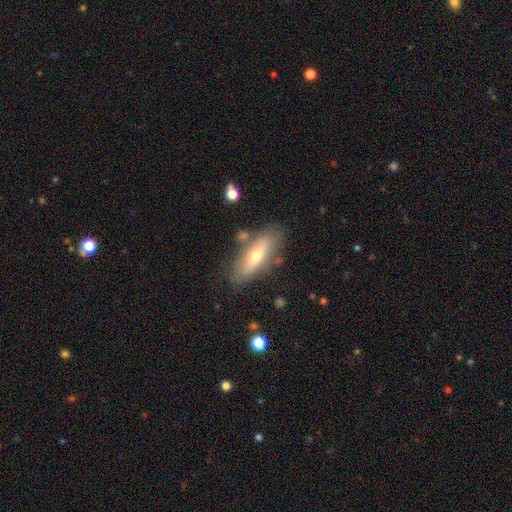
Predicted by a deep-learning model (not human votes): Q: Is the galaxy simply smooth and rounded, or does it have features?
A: smooth — 46%, tied with featured or disk.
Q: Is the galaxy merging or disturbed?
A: none — 77%.